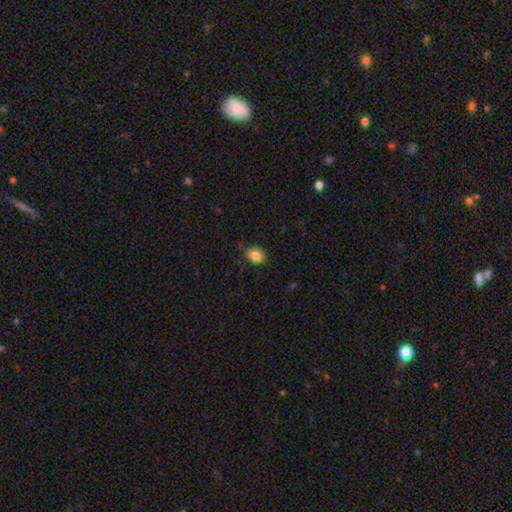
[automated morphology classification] Overall: smooth (85%). How rounded: in between (53%; round 46%). Merging: none (80%).